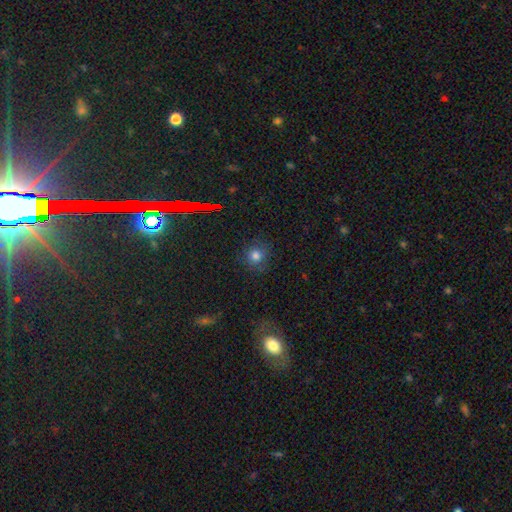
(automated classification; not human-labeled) This appears to be a smooth galaxy with no disk features (73%) that is round (89%). Merging: none (81%).